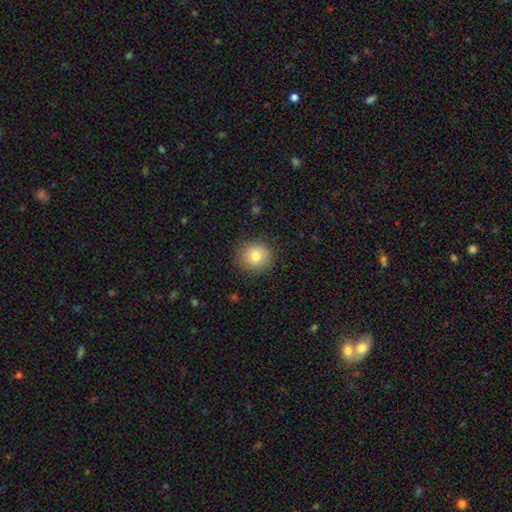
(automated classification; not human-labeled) A smooth galaxy with no disk features (80%) that is round (84%). Merging: none (86%).